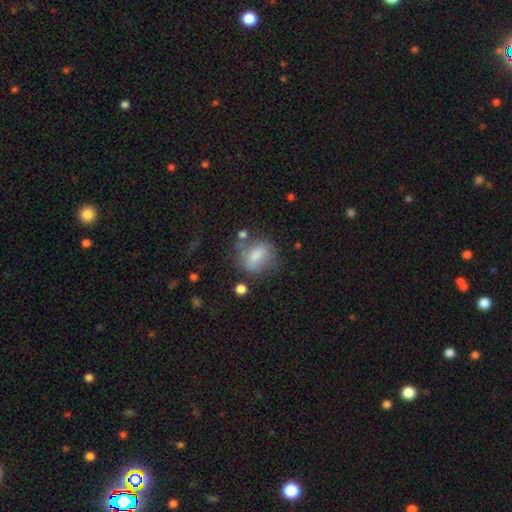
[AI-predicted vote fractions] This appears to be a smooth galaxy with no disk features (71%) that is in between round and cigar-shaped (55%). Merging: none (53%).